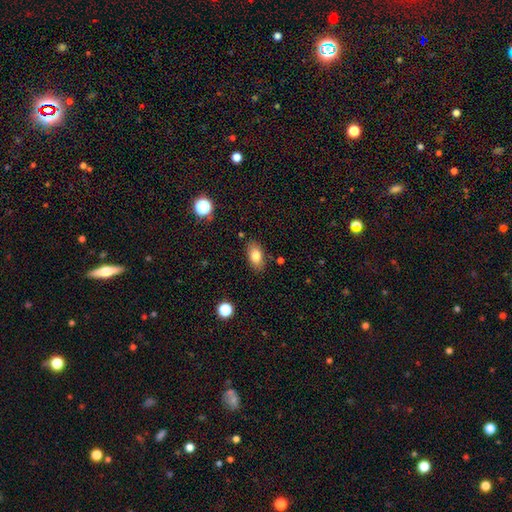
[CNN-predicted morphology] Smooth or featured: smooth — 80% (featured or disk — 12%)
How rounded: in between — 90% (round — 7%)
Merging: none — 84% (minor disturbance — 11%)